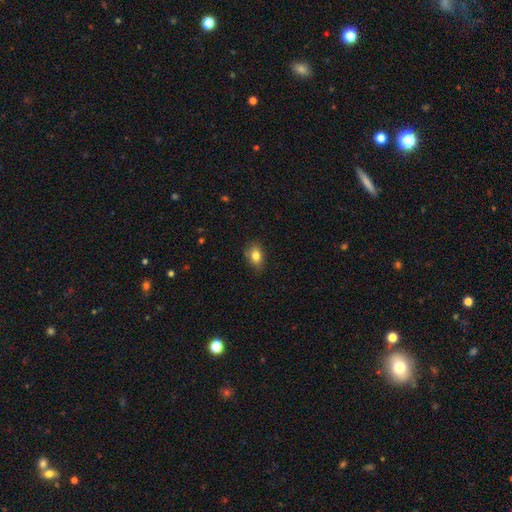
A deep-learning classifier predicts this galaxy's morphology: Smooth or featured? smooth (81%)
How rounded? in between (78%)
Merging? none (80%)